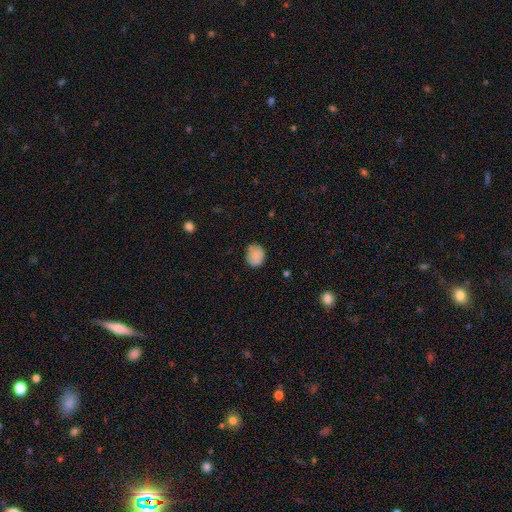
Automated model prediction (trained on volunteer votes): Smooth or featured?
  - smooth: 84% *
  - star or artifact: 9%
  - featured or disk: 7%
How rounded?
  - round: 66% *
  - in between: 33%
  - cigar-shaped: 1%
Merging?
  - none: 73% *
  - minor disturbance: 21%
  - major disturbance: 4%
  - merger: 2%